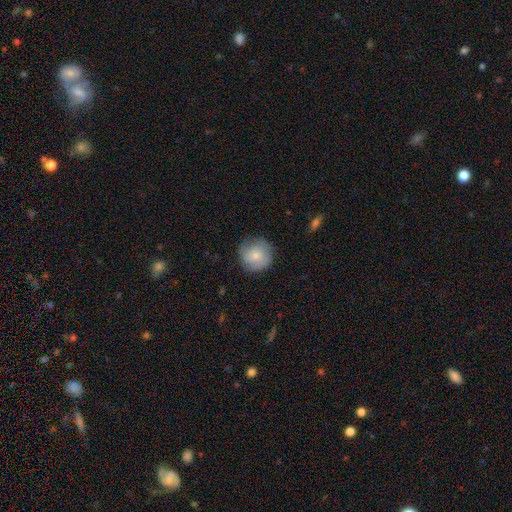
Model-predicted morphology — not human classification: A smooth galaxy with no disk features (67%) that is round (92%). Merging: none (75%).